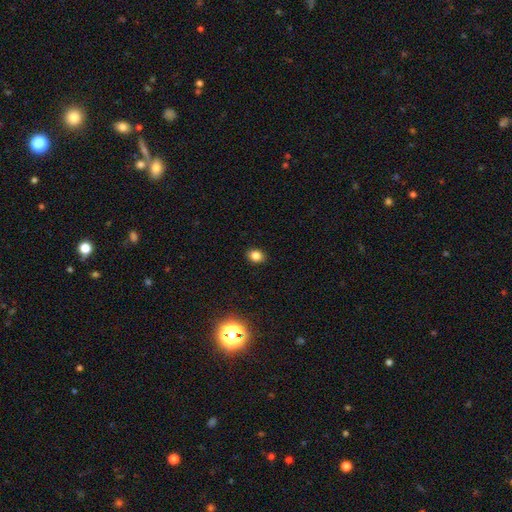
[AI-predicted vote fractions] Smooth or featured? Predicted: smooth (p=0.82). How rounded? Predicted: in between (p=0.56). Merging? Predicted: none (p=0.90).